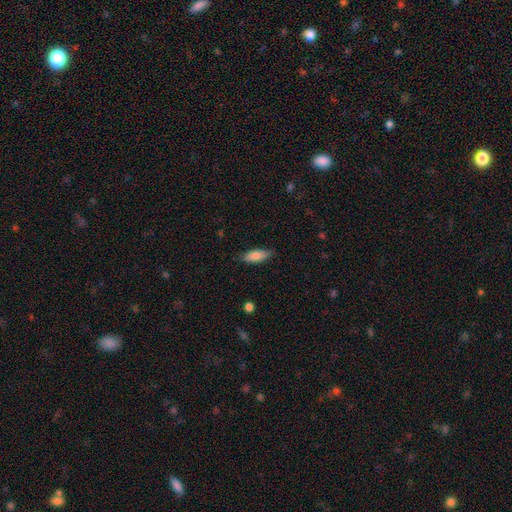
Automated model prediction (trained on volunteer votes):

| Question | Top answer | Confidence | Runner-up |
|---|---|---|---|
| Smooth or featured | smooth | 83% | featured or disk (11%) |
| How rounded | in between | 68% | cigar-shaped (30%) |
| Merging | none | 82% | minor disturbance (14%) |